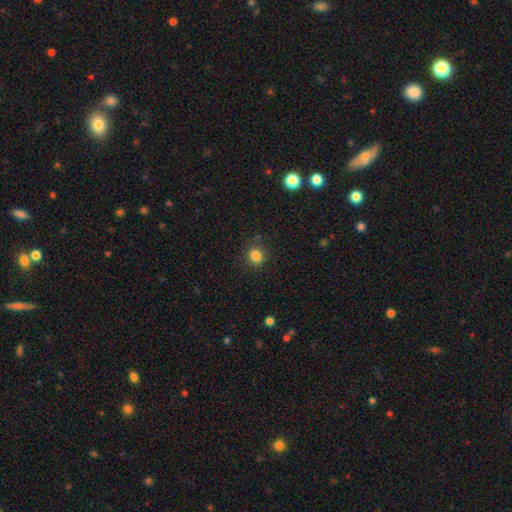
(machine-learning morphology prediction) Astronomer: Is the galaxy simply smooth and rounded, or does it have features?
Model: smooth — 83%.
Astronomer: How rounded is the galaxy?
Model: round — 78%.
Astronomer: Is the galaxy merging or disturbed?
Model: none — 86%.